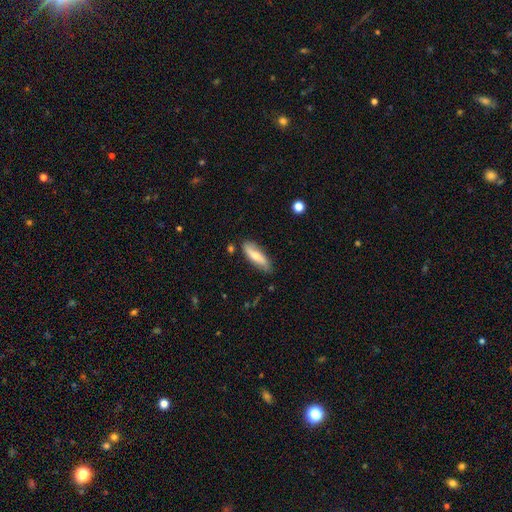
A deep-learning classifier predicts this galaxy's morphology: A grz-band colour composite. It shows a smooth galaxy with no disk features (59%) that is in between round and cigar-shaped (54%). Merging: none (75%).